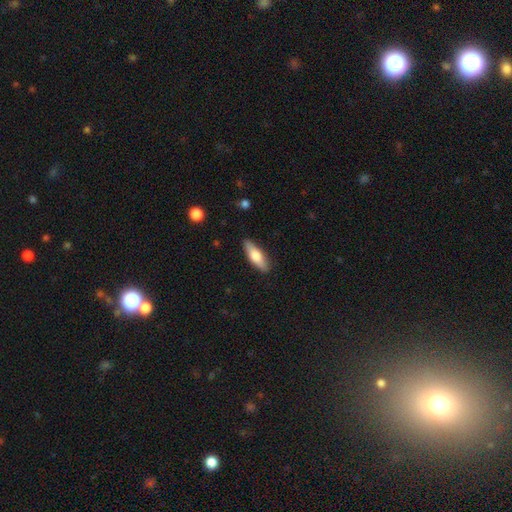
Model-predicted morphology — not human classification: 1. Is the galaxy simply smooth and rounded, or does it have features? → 64% smooth, 31% featured or disk, 5% star or artifact.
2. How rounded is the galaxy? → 50% cigar-shaped, 48% in between, 2% round.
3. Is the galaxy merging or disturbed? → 88% none, 9% minor disturbance, 2% major disturbance, 1% merger.